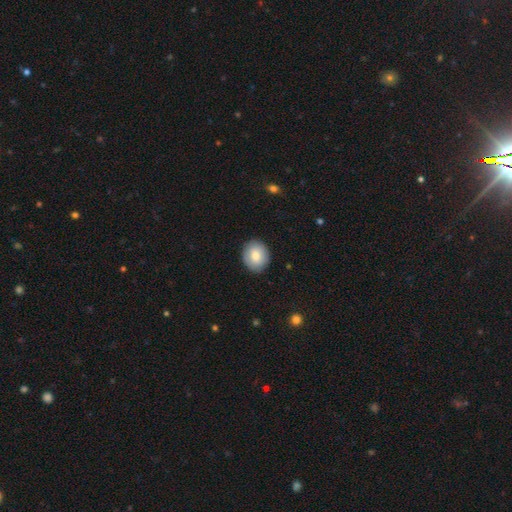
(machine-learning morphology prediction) A smooth galaxy with no disk features (79%) that is round (67%).

Vote fractions:
- Smooth or featured? smooth: 79% / featured or disk: 14% / star or artifact: 7%
- How rounded? round: 67% / in between: 32% / cigar-shaped: 1%
- Merging? none: 89% / minor disturbance: 8% / major disturbance: 2% / merger: 1%